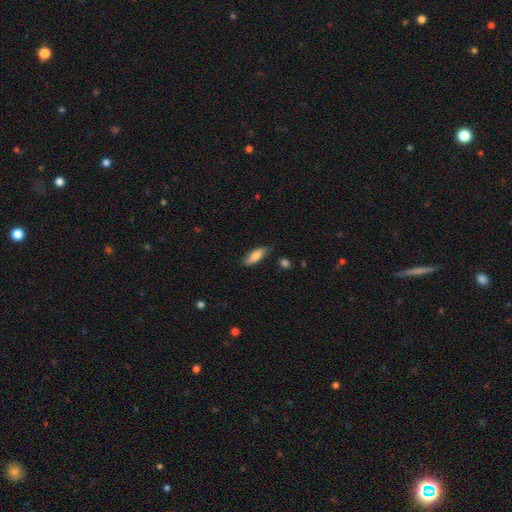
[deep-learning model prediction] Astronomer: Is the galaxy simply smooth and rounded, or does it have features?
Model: smooth — 75%.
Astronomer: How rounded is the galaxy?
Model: in between — 60% (runner-up: cigar-shaped, 38%).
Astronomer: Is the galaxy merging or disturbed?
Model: none — 77%.